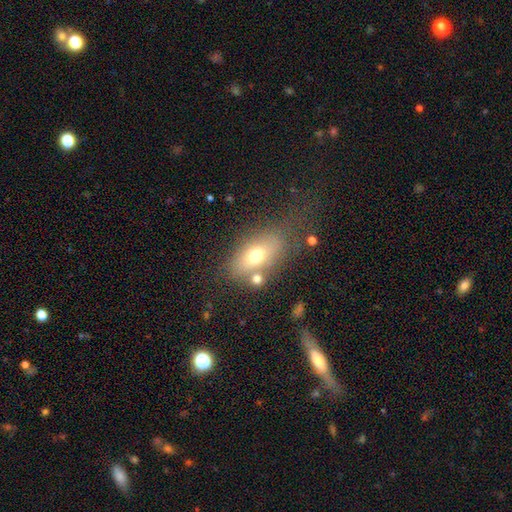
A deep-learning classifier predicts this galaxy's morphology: Smooth or featured: smooth — 65% (featured or disk — 25%)
How rounded: in between — 81% (round — 11%)
Merging: none — 61% (minor disturbance — 18%)